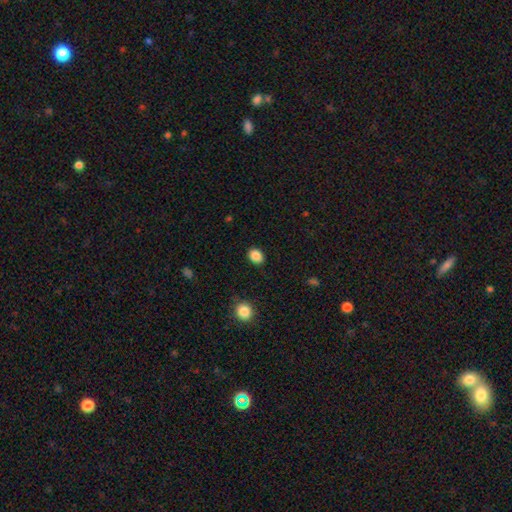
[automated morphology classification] A smooth galaxy with no disk features (87%) that is in between round and cigar-shaped (58%).

Vote fractions:
- Smooth or featured? smooth: 87% / star or artifact: 9% / featured or disk: 4%
- How rounded? in between: 58% / round: 41% / cigar-shaped: 1%
- Merging? none: 87% / minor disturbance: 9% / major disturbance: 3% / merger: 1%